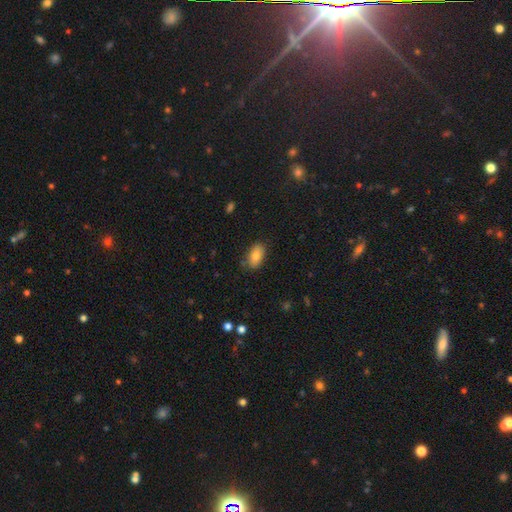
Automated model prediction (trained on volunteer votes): smooth 80%, featured or disk 11%, star or artifact 8%. Down the decision tree: how rounded — in between (91%); merging — none (81%).